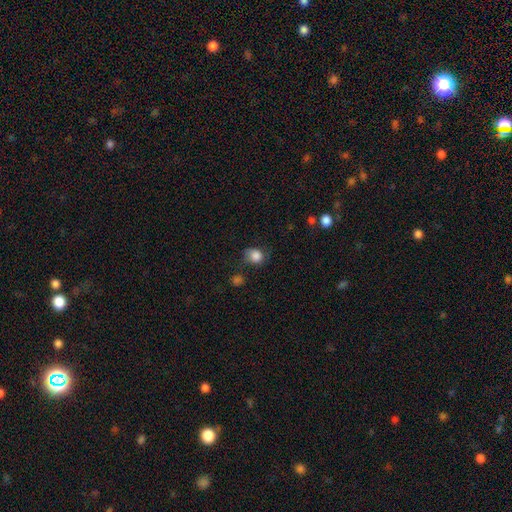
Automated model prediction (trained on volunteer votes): Smooth or featured?
  - smooth: 85% *
  - star or artifact: 9%
  - featured or disk: 6%
How rounded?
  - round: 69% *
  - in between: 30%
  - cigar-shaped: 1%
Merging?
  - none: 58% *
  - minor disturbance: 28%
  - major disturbance: 10%
  - merger: 4%